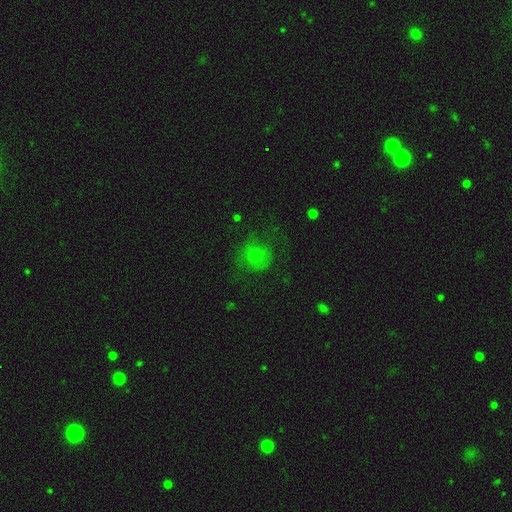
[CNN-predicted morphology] A smooth galaxy with no disk features (66%) that is round (82%).

Vote fractions:
- Smooth or featured? smooth: 66% / featured or disk: 17% / star or artifact: 16%
- How rounded? round: 82% / in between: 17% / cigar-shaped: 1%
- Merging? none: 58% / minor disturbance: 22% / major disturbance: 18% / merger: 2%